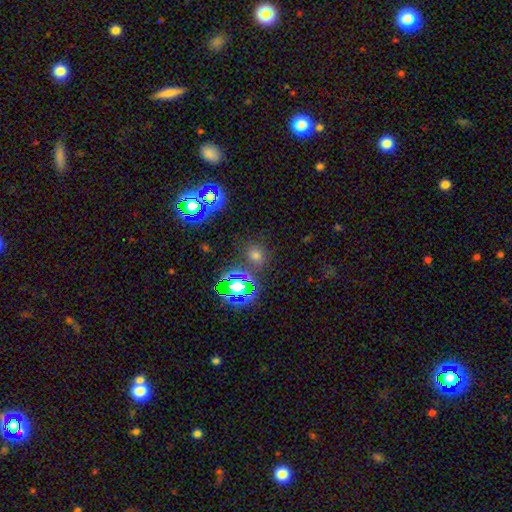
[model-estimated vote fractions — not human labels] smooth-or-featured: smooth: 58% | star or artifact: 35% | featured or disk: 7%
  how-rounded: round: 74% | in between: 25% | cigar-shaped: 1%
  merging: none: 79% | minor disturbance: 11% | merger: 6% | major disturbance: 4%